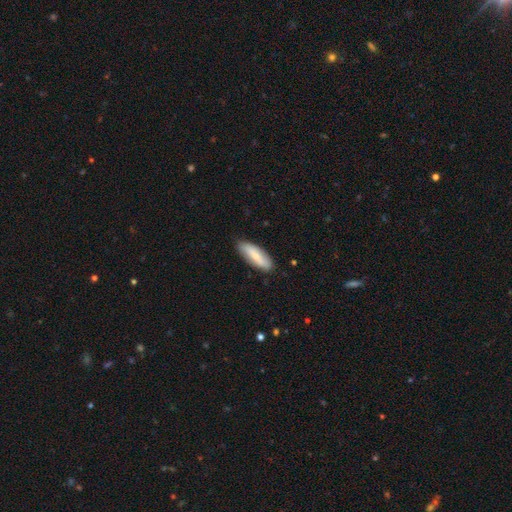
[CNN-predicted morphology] Smooth or featured: smooth — 72% (featured or disk — 23%)
How rounded: in between — 58% (cigar-shaped — 40%)
Merging: none — 84% (minor disturbance — 13%)